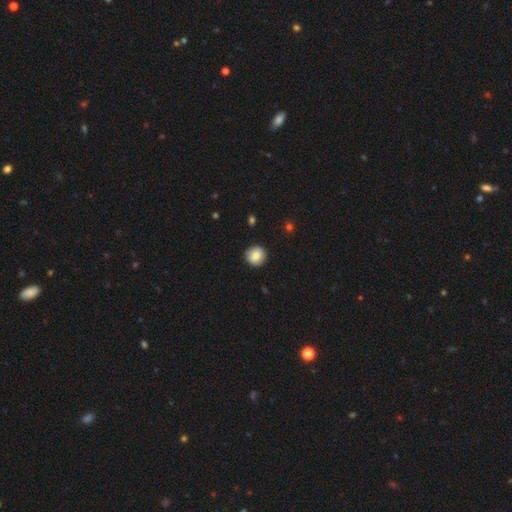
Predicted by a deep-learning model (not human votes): Q: Smooth or featured?
A: smooth (84%); runner-up: star or artifact (8%)
Q: How rounded?
A: round (91%); runner-up: in between (8%)
Q: Merging?
A: none (90%); runner-up: minor disturbance (7%)